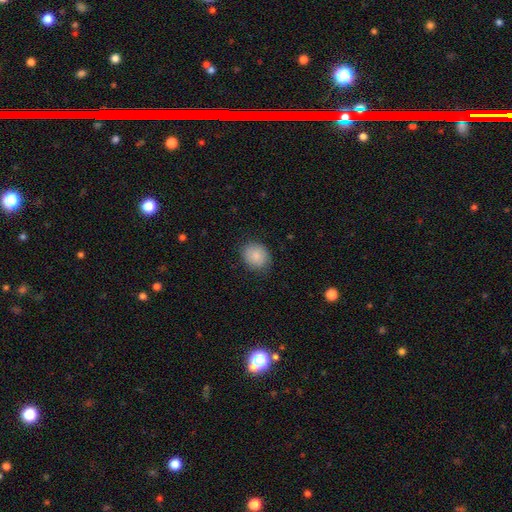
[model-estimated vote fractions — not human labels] The model was most divided on "how rounded": round: 66%, in between: 33%, cigar-shaped: 1%. More confident: smooth or featured — smooth (85%); merging — none (81%).